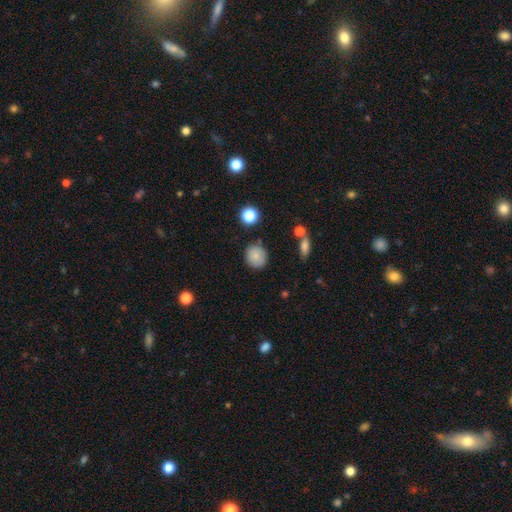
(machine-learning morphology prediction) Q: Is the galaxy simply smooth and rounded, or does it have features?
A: smooth — 79%.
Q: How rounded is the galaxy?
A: round — 82%.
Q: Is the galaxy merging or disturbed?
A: none — 82%.